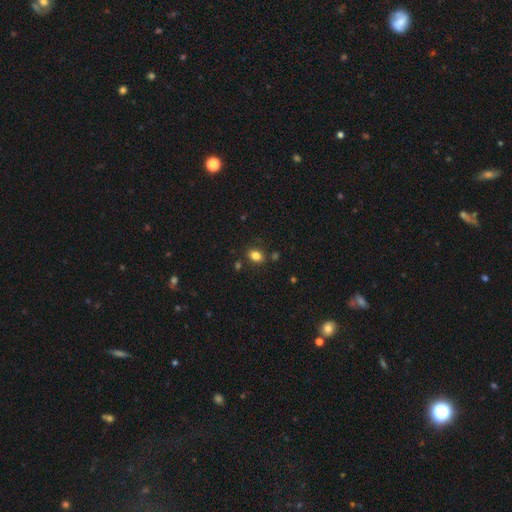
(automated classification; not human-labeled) Q: Smooth or featured?
A: smooth (83%); runner-up: star or artifact (11%)
Q: How rounded?
A: in between (78%); runner-up: round (20%)
Q: Merging?
A: none (81%); runner-up: minor disturbance (11%)